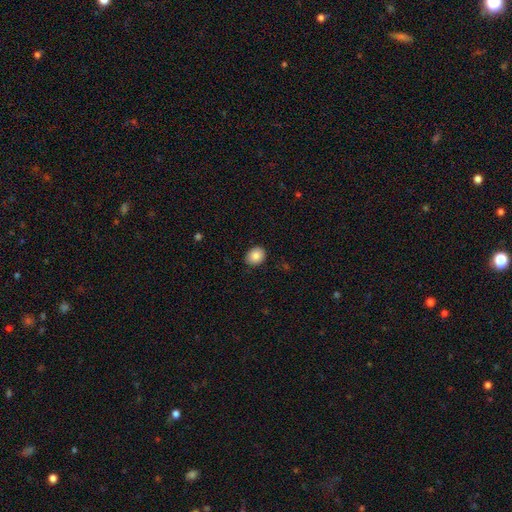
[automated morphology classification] Q: Smooth or featured?
A: smooth (87%); runner-up: star or artifact (8%)
Q: How rounded?
A: in between (50%); runner-up: round (49%)
Q: Merging?
A: none (86%); runner-up: minor disturbance (11%)